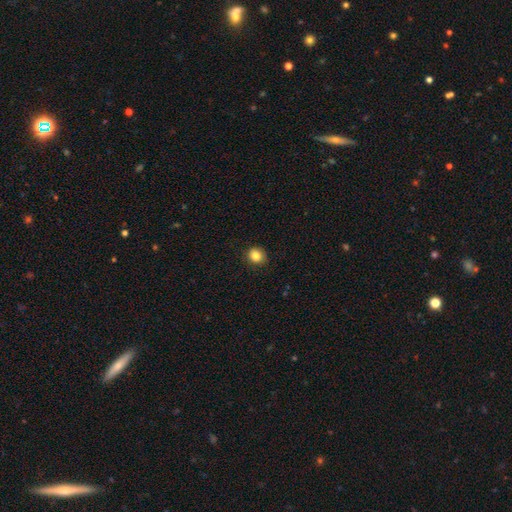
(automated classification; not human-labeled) Smooth or featured: smooth — 84% (star or artifact — 11%)
How rounded: round — 83% (in between — 16%)
Merging: none — 90% (minor disturbance — 7%)